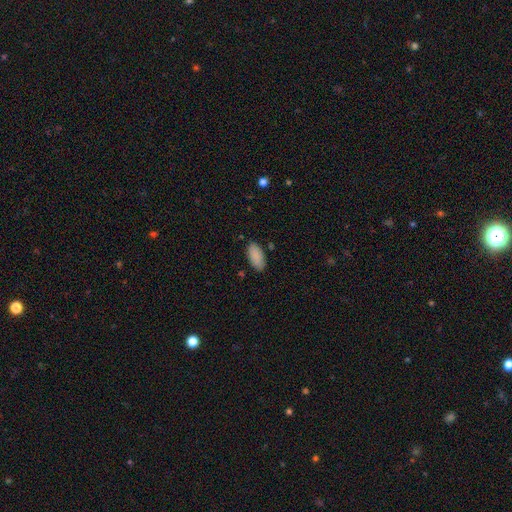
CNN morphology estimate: This is clearly a smooth galaxy (89%). How rounded: clearly in between (92%). Merging: clearly none (85%).